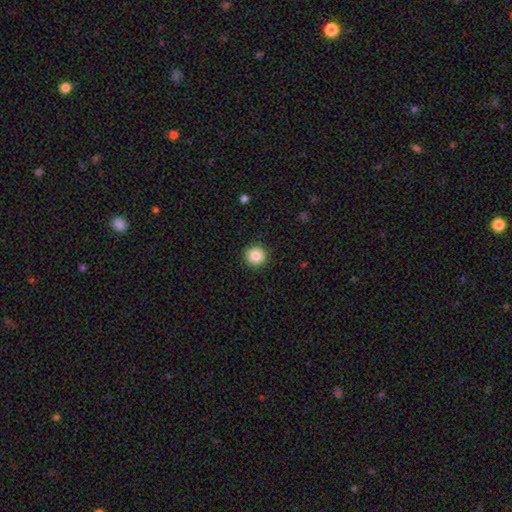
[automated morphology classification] This appears to be a smooth galaxy with no disk features (86%) that is round (94%). Merging: none (91%).